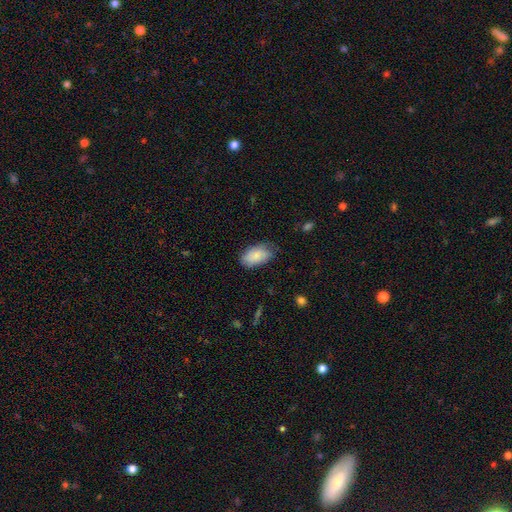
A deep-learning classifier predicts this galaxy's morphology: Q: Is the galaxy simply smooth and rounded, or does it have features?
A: smooth — 78%.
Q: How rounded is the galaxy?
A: in between — 94%.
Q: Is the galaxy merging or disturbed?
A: none — 61%.